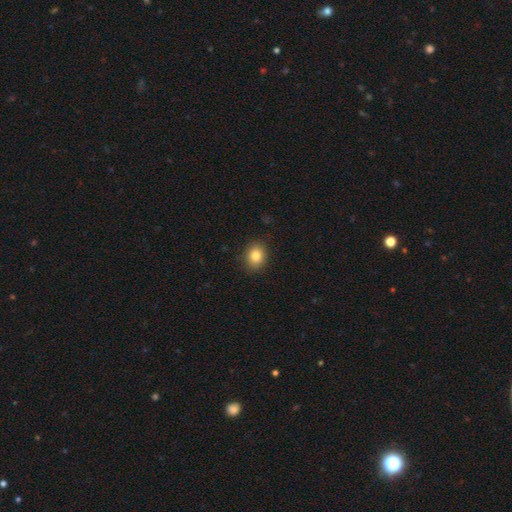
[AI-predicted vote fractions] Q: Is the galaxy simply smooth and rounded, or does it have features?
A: smooth — 83%.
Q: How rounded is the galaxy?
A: round — 54%.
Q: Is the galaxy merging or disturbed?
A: none — 89%.